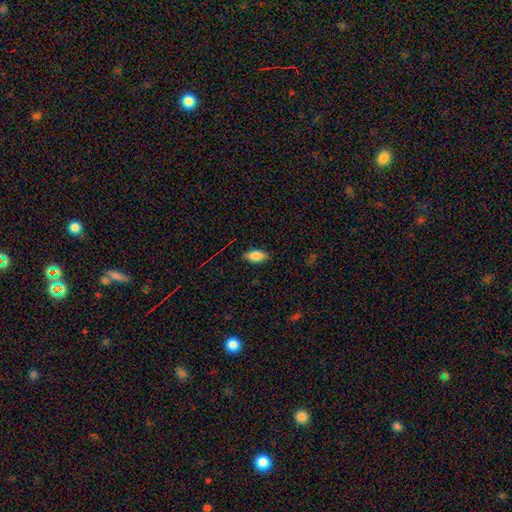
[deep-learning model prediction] Overall: smooth (84%). How rounded: in between (88%). Merging: none (86%).